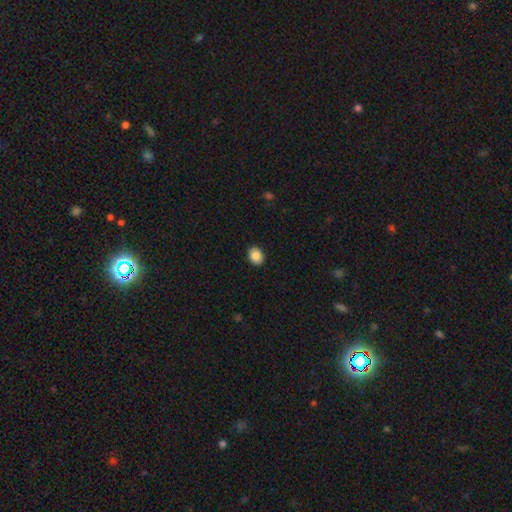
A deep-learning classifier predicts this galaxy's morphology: A smooth galaxy with no disk features (86%) that is in between round and cigar-shaped (52%). Merging: none (91%).